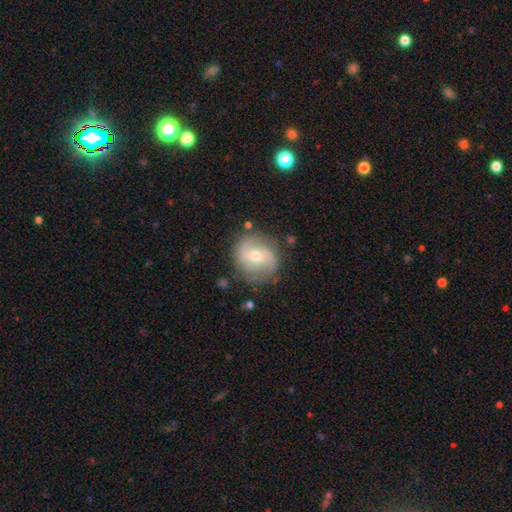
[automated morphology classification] smooth_or_featured: featured or disk (p=0.69) [alt: smooth p=0.24]
disk_edge_on: no (p=0.97) [alt: yes p=0.03]
bar: weak (p=0.46) [alt: no p=0.40]
has_spiral_arms: yes (p=0.88) [alt: no p=0.12]
spiral_winding: medium (p=0.46) [alt: loose p=0.29]
spiral_arm_count: 2 (p=0.82) [alt: can't tell p=0.09]
bulge_size: moderate (p=0.58) [alt: small p=0.37]
merging: none (p=0.78) [alt: minor disturbance p=0.15]